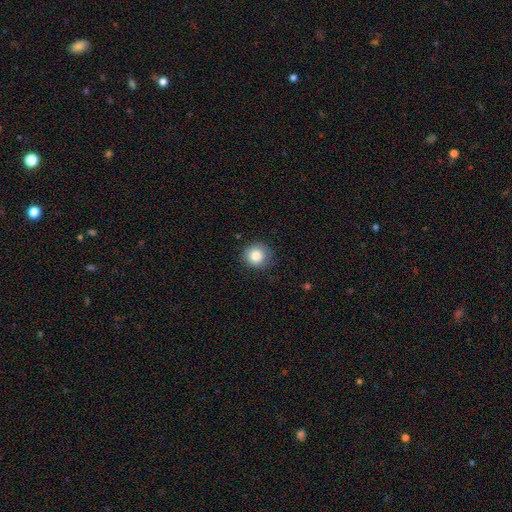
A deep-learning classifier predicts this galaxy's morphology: smooth_or_featured: smooth (p=0.84) [alt: star or artifact p=0.10]
how_rounded: round (p=0.91) [alt: in between p=0.08]
merging: none (p=0.83) [alt: minor disturbance p=0.13]